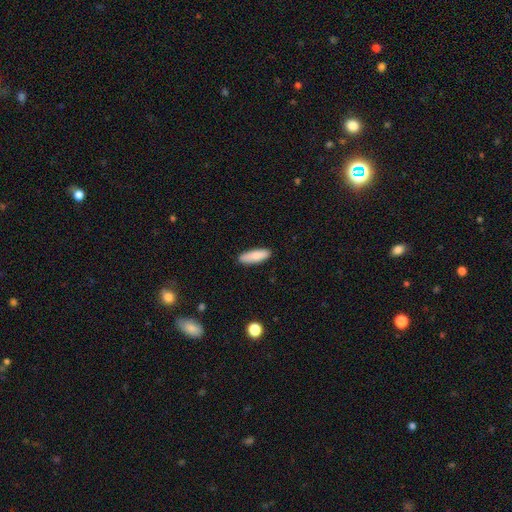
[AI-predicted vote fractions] Overall: smooth (84%). How rounded: in between (56%; cigar-shaped 42%). Merging: none (87%).